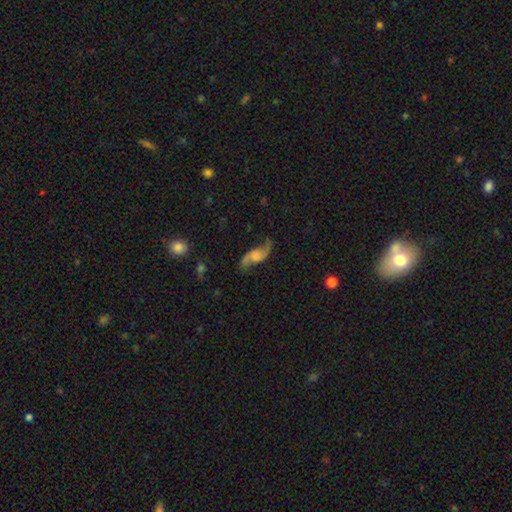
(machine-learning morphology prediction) smooth-or-featured: featured or disk: 79% | smooth: 13% | star or artifact: 7%
  disk-edge-on: no: 94% | yes: 6%
    bar: no: 59% | weak: 32% | strong: 9%
    has-spiral-arms: yes: 95% | no: 5%
      spiral-winding: loose: 80% | medium: 16% | tight: 4%
      spiral-arm-count: 2: 93% | 1: 2% | can't tell: 2% | 3: 1% | 4: 1% | more than 4: 1%
    bulge-size: none: 43% | small: 24% | moderate: 19% | large: 12% | dominant: 3%
  merging: none: 73% | minor disturbance: 16% | major disturbance: 8% | merger: 2%